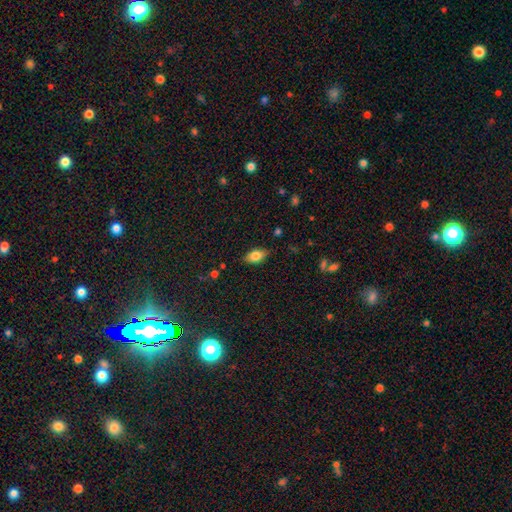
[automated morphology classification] This is clearly a smooth galaxy (81%). How rounded: clearly in between (90%). Merging: clearly none (84%).